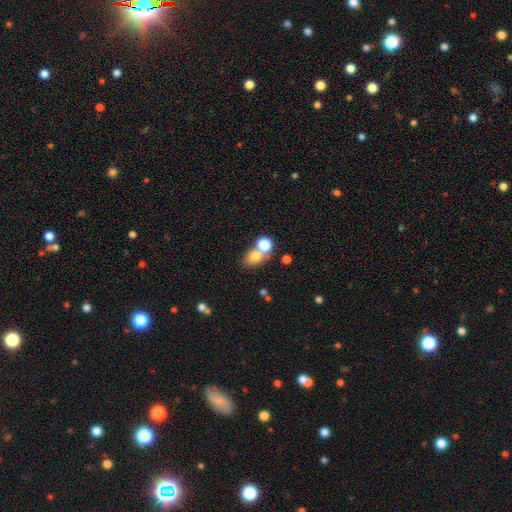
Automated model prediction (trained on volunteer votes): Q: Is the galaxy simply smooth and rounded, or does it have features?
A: smooth — 75%.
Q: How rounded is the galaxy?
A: in between — 56%.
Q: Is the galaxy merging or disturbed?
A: none — 46%.